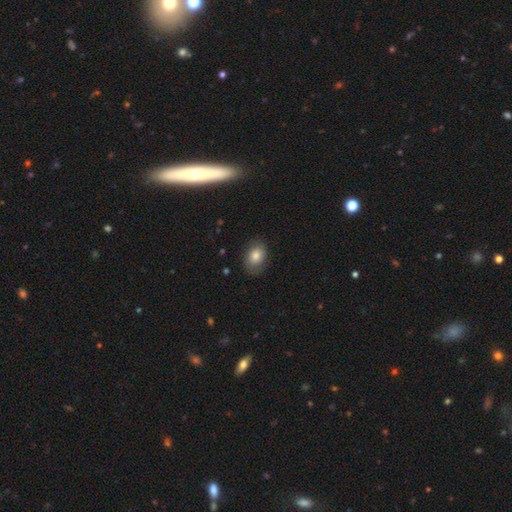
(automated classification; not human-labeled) The model was most divided on "how rounded": in between: 75%, round: 24%, cigar-shaped: 1%. More confident: merging — none (77%); smooth or featured — smooth (77%).